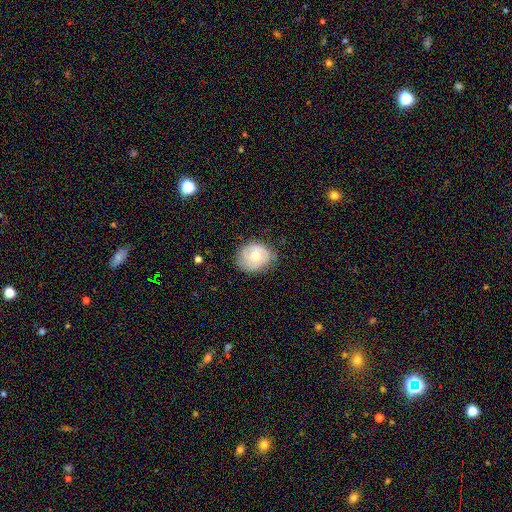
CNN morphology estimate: A smooth galaxy with no disk features (48%).

Vote fractions:
- Smooth or featured? smooth: 48% / featured or disk: 45% / star or artifact: 7%
- Merging? none: 69% / minor disturbance: 24% / major disturbance: 6% / merger: 1%